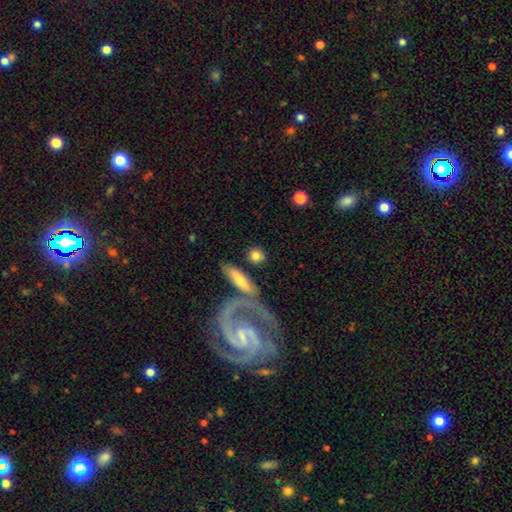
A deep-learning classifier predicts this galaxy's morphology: smooth_or_featured: smooth (p=0.77) [alt: featured or disk p=0.17]
how_rounded: round (p=0.58) [alt: in between p=0.29]
merging: none (p=0.72) [alt: merger p=0.12]